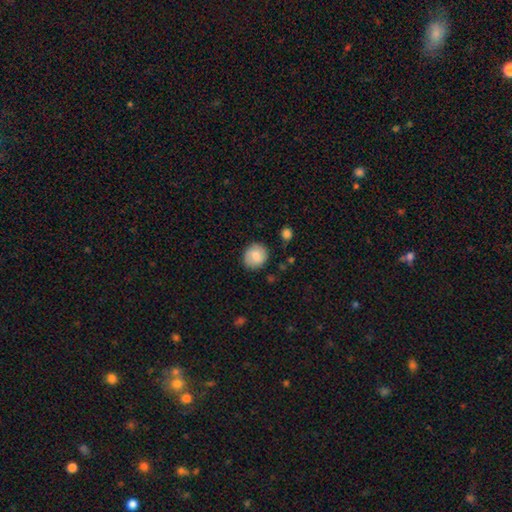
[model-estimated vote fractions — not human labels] Smooth or featured? smooth (82%)
How rounded? round (81%)
Merging? none (83%)